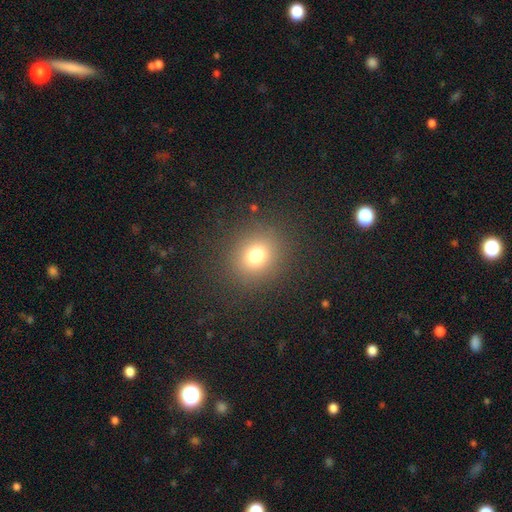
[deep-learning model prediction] The model was most divided on "how rounded": round: 76%, in between: 23%, cigar-shaped: 1%. More confident: merging — none (87%); smooth or featured — smooth (75%).